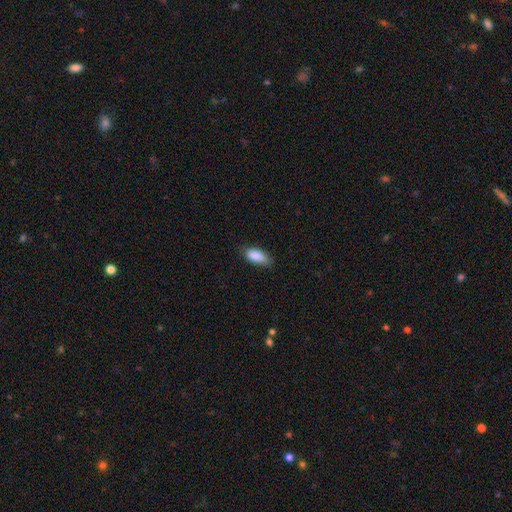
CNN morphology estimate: Q: Smooth or featured?
A: smooth (89%); runner-up: star or artifact (7%)
Q: How rounded?
A: in between (87%); runner-up: cigar-shaped (11%)
Q: Merging?
A: none (75%); runner-up: minor disturbance (21%)